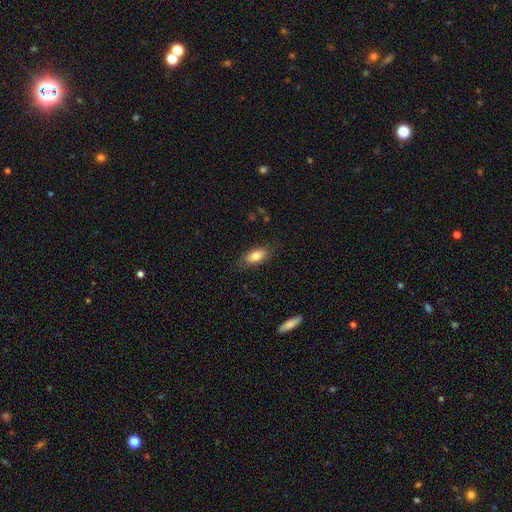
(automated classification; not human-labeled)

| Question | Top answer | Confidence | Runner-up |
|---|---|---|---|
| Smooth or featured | smooth | 77% | featured or disk (16%) |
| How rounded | in between | 81% | cigar-shaped (16%) |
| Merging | none | 82% | minor disturbance (13%) |